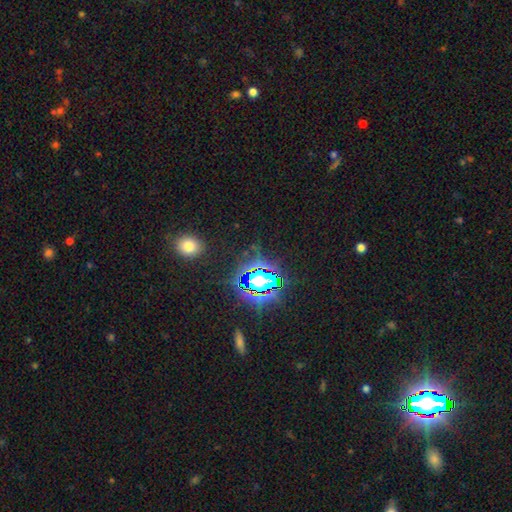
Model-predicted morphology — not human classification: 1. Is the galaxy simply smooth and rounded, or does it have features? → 74% star or artifact, 18% smooth, 8% featured or disk.